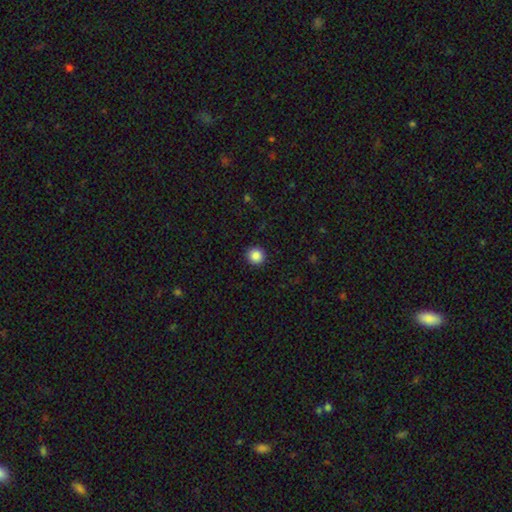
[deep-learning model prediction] The model was most divided on "smooth or featured": smooth: 87%, star or artifact: 10%, featured or disk: 3%. More confident: how rounded — round (95%); merging — none (93%).